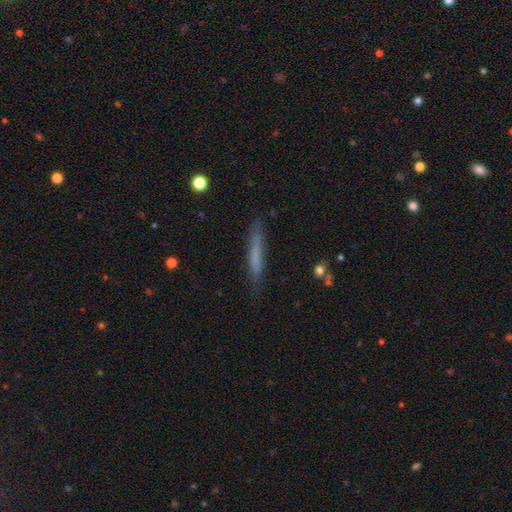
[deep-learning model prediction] Smooth or featured: smooth — 62% (featured or disk — 30%)
How rounded: cigar-shaped — 94% (in between — 5%)
Merging: none — 80% (minor disturbance — 15%)